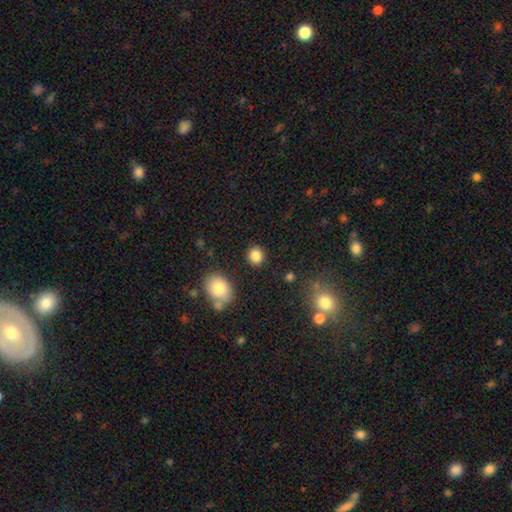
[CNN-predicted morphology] A smooth galaxy with no disk features (86%) that is round (81%).

Vote fractions:
- Smooth or featured? smooth: 86% / star or artifact: 10% / featured or disk: 4%
- How rounded? round: 81% / in between: 18% / cigar-shaped: 1%
- Merging? none: 88% / minor disturbance: 7% / merger: 3% / major disturbance: 3%